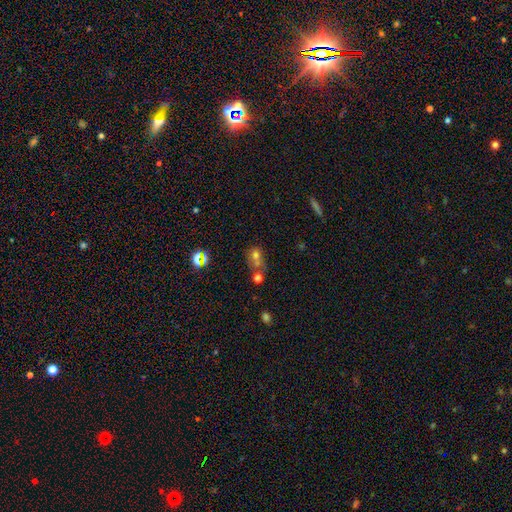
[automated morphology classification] This is likely a smooth galaxy (61%). How rounded: possibly round (50%). Merging: possibly merger (50%).